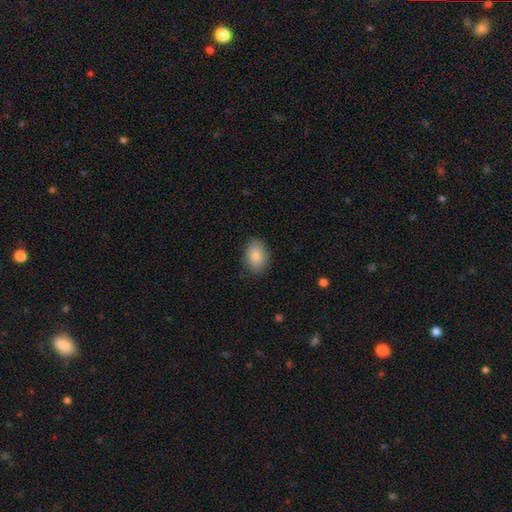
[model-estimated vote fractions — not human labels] smooth_or_featured: smooth (p=0.85) [alt: featured or disk p=0.08]
how_rounded: in between (p=0.82) [alt: round p=0.17]
merging: none (p=0.82) [alt: minor disturbance p=0.14]